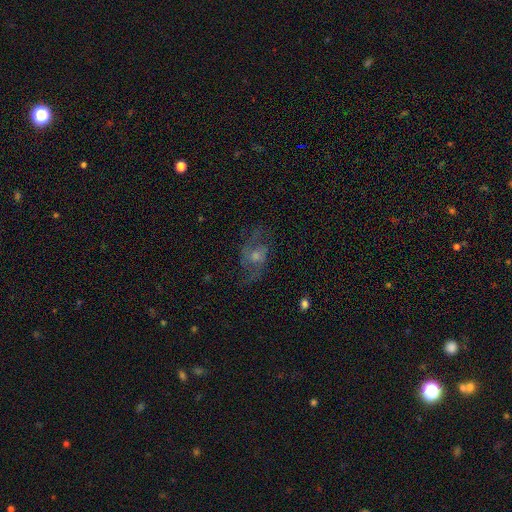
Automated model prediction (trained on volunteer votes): featured or disk 66%, smooth 19%, star or artifact 15%. Down the decision tree: edge-on disk — no (95%); bar — no (68%); spiral arms — yes (85%); spiral arm count — 2 (71%); spiral winding — medium (48%); bulge size — moderate (45%); merging — none (66%).